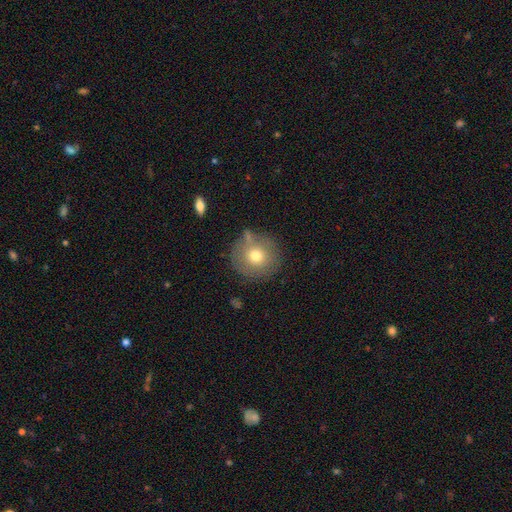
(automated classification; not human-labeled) This appears to be a smooth galaxy with no disk features (71%) that is round (94%). Merging: none (76%).